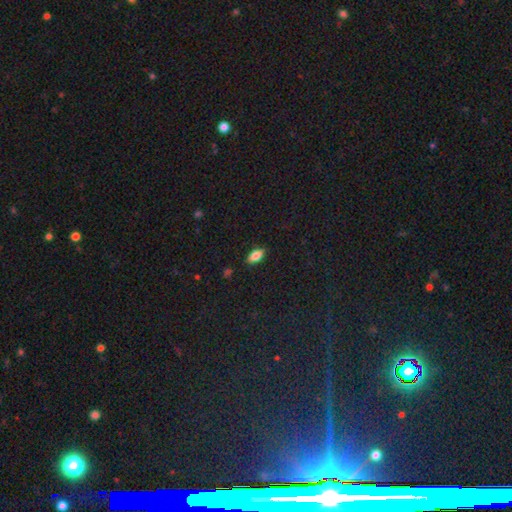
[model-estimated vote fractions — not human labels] A smooth galaxy with no disk features (77%) that is in between round and cigar-shaped (85%).

Vote fractions:
- Smooth or featured? smooth: 77% / featured or disk: 14% / star or artifact: 9%
- How rounded? in between: 85% / cigar-shaped: 11% / round: 3%
- Merging? none: 87% / minor disturbance: 10% / major disturbance: 2% / merger: 1%